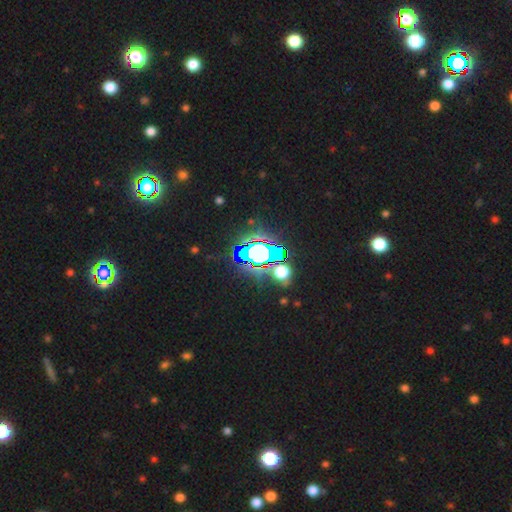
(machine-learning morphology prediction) Overall: star or artifact (67%).